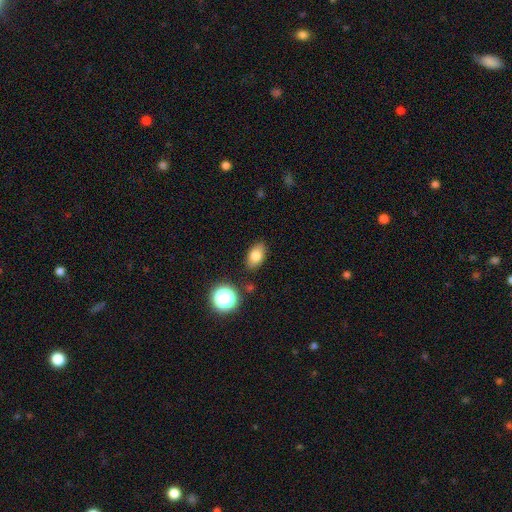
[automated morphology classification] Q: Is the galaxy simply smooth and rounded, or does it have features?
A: smooth — 79%.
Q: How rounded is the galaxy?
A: in between — 85%.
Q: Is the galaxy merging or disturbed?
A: none — 83%.